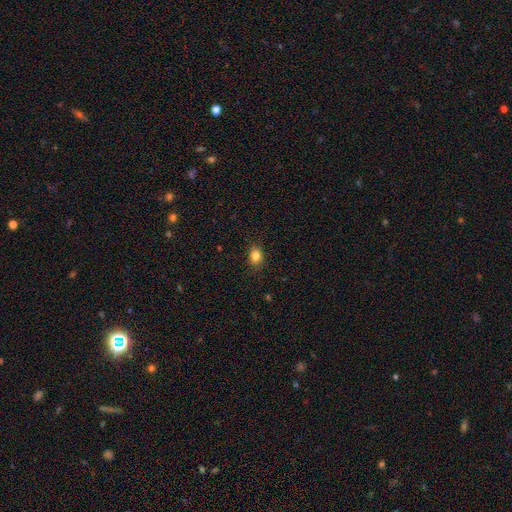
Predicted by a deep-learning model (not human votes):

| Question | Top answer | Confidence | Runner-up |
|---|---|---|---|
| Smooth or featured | smooth | 83% | star or artifact (11%) |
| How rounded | in between | 60% | round (39%) |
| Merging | none | 83% | minor disturbance (13%) |